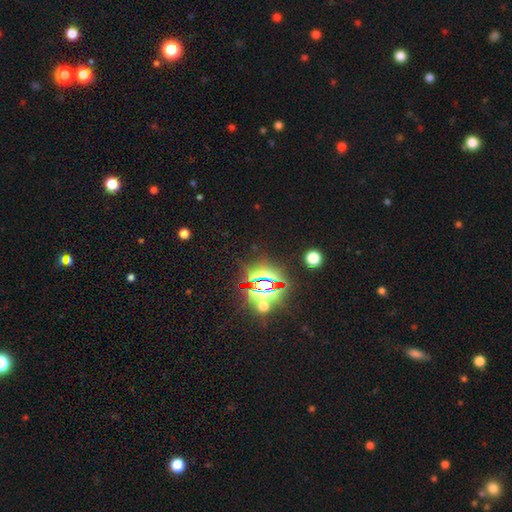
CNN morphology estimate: smooth_or_featured: star or artifact (p=0.83) [alt: smooth p=0.09]